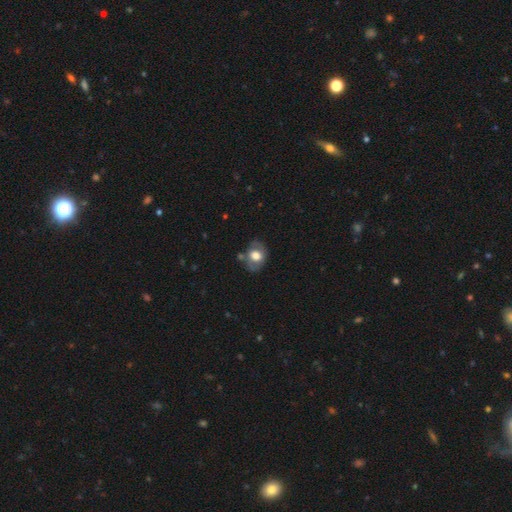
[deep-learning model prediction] Smooth or featured?
  - smooth: 60% *
  - featured or disk: 33%
  - star or artifact: 7%
How rounded?
  - in between: 60% *
  - round: 39%
  - cigar-shaped: 1%
Merging?
  - none: 68% *
  - minor disturbance: 20%
  - major disturbance: 6%
  - merger: 5%